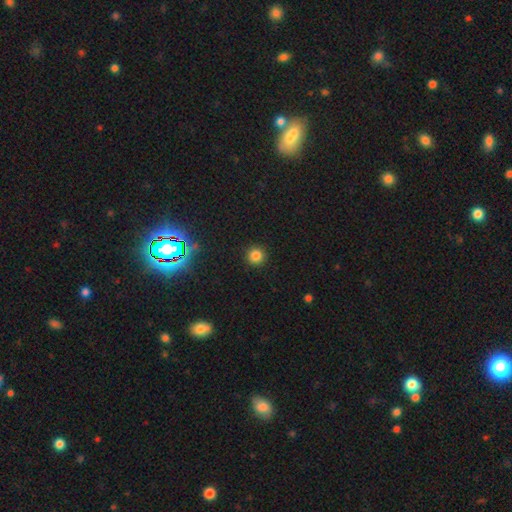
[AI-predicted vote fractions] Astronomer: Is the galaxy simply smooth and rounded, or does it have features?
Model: smooth — 81%.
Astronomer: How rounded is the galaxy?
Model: round — 95%.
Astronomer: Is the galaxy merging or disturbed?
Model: none — 92%.